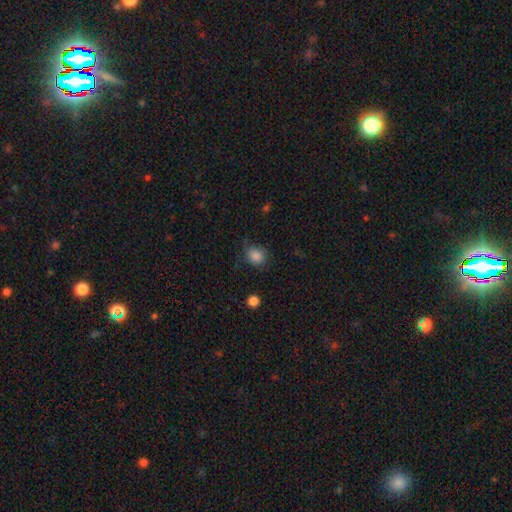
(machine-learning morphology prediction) Smooth or featured?
  - smooth: 84% *
  - star or artifact: 10%
  - featured or disk: 5%
How rounded?
  - round: 61% *
  - in between: 38%
  - cigar-shaped: 1%
Merging?
  - none: 66% *
  - minor disturbance: 25%
  - major disturbance: 7%
  - merger: 2%